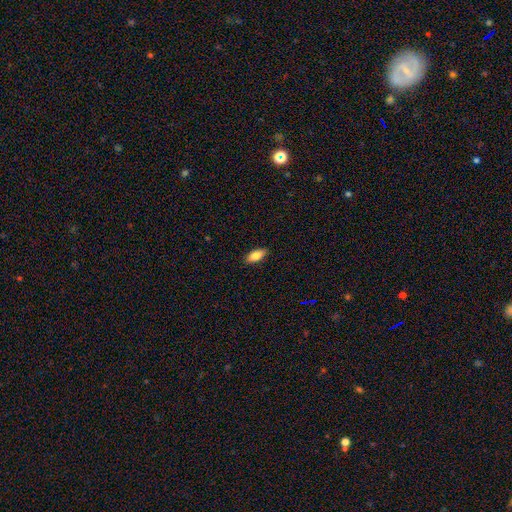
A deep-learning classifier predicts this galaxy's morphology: A smooth galaxy with no disk features (84%) that is in between round and cigar-shaped (85%).

Vote fractions:
- Smooth or featured? smooth: 84% / featured or disk: 9% / star or artifact: 7%
- How rounded? in between: 85% / cigar-shaped: 12% / round: 2%
- Merging? none: 88% / minor disturbance: 10% / major disturbance: 2% / merger: 1%